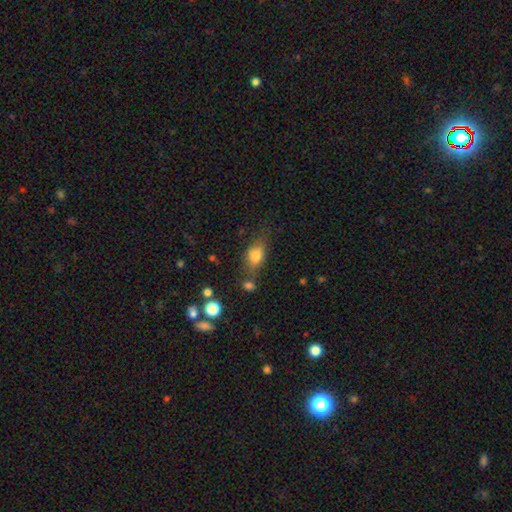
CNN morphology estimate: Smooth or featured? Predicted: smooth (p=0.78). How rounded? Predicted: in between (p=0.78). Merging? Predicted: none (p=0.61).